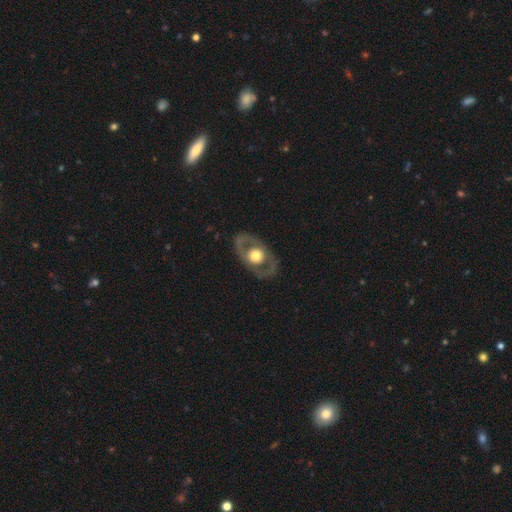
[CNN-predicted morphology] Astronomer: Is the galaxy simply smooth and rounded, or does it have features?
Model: featured or disk — 65%.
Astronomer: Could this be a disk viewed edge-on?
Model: no — 89%.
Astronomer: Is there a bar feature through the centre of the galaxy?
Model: no — 87%.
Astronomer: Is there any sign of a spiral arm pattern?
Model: no — 76%.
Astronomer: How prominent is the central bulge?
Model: large — 47% (runner-up: moderate, 45%).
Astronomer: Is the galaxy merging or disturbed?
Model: none — 82%.